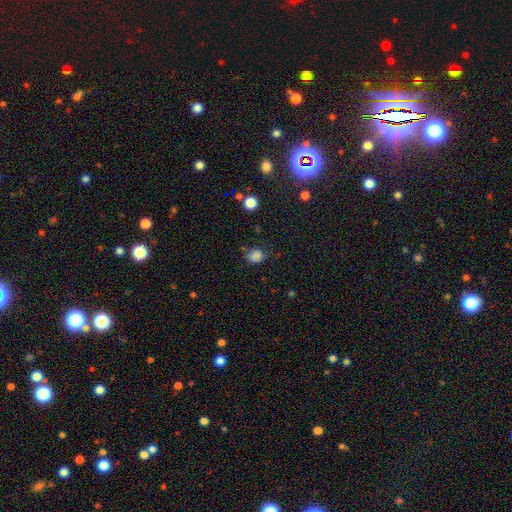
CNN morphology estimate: A smooth galaxy with no disk features (82%) that is round (51%). Merging: none (62%).